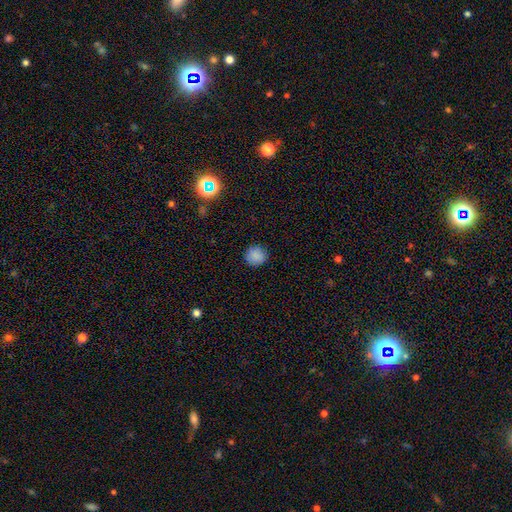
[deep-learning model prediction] This appears to be a smooth galaxy with no disk features (87%) that is round (93%). Merging: none (90%).